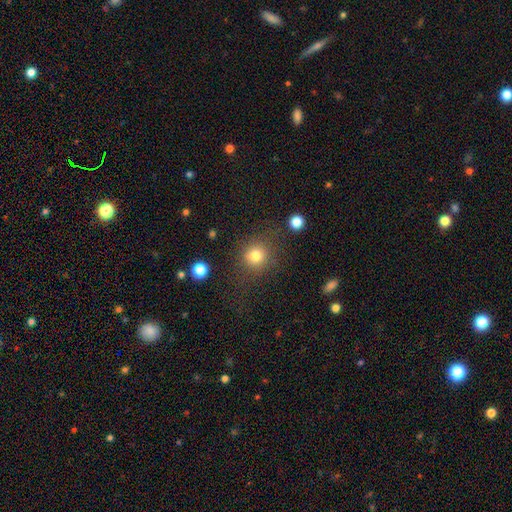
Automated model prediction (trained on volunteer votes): smooth-or-featured: smooth: 80% | star or artifact: 13% | featured or disk: 7%
  how-rounded: round: 88% | in between: 11% | cigar-shaped: 1%
  merging: none: 78% | minor disturbance: 11% | major disturbance: 7% | merger: 4%